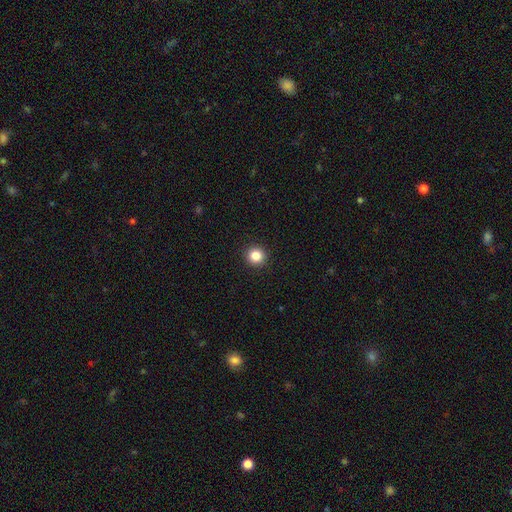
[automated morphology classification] A smooth galaxy with no disk features (84%) that is round (94%). Merging: none (93%).